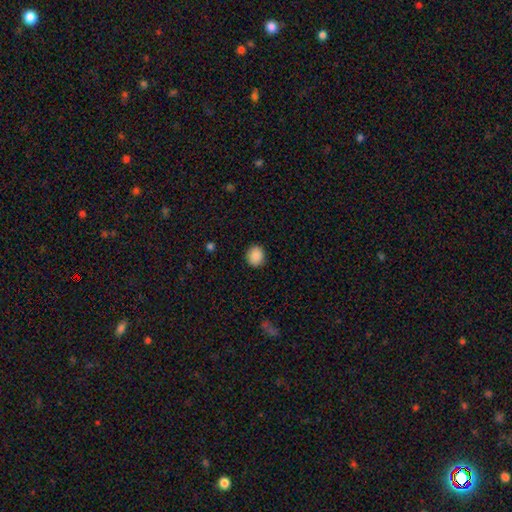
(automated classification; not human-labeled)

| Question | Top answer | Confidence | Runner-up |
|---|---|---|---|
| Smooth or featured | smooth | 89% | star or artifact (8%) |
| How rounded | round | 78% | in between (21%) |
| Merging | none | 90% | minor disturbance (7%) |